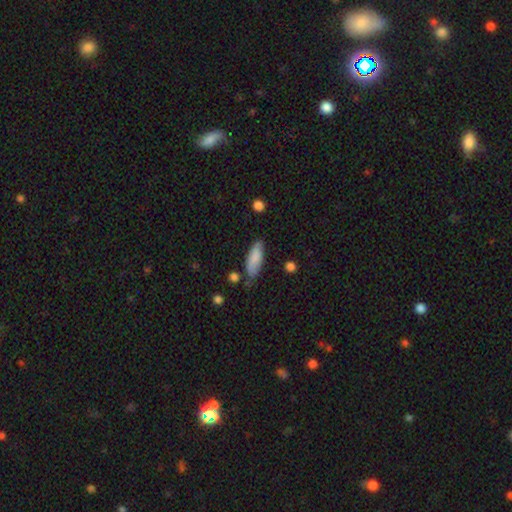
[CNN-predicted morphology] A smooth galaxy with no disk features (84%) that is in between round and cigar-shaped (68%).

Vote fractions:
- Smooth or featured? smooth: 84% / featured or disk: 10% / star or artifact: 6%
- How rounded? in between: 68% / cigar-shaped: 30% / round: 2%
- Merging? none: 71% / minor disturbance: 22% / major disturbance: 4% / merger: 3%